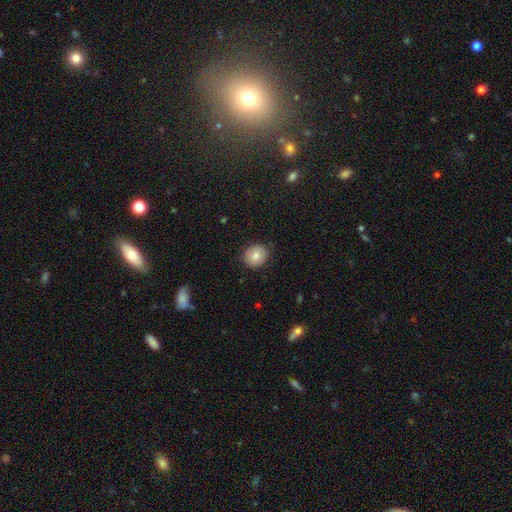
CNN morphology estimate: smooth 79%, featured or disk 13%, star or artifact 9%. Down the decision tree: how rounded — round (79%); merging — none (85%).